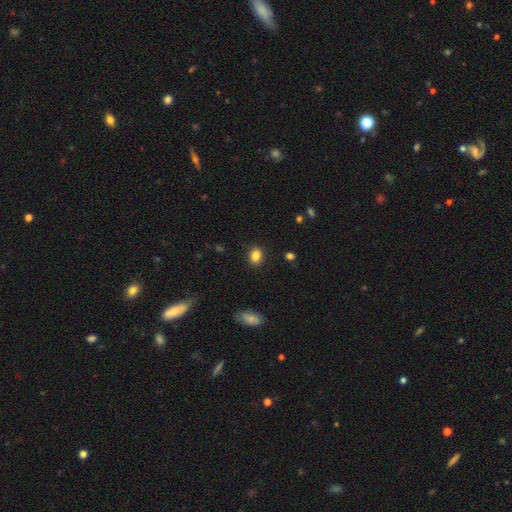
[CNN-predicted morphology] smooth 85%, star or artifact 10%, featured or disk 6%. Down the decision tree: how rounded — in between (64%); merging — none (88%).